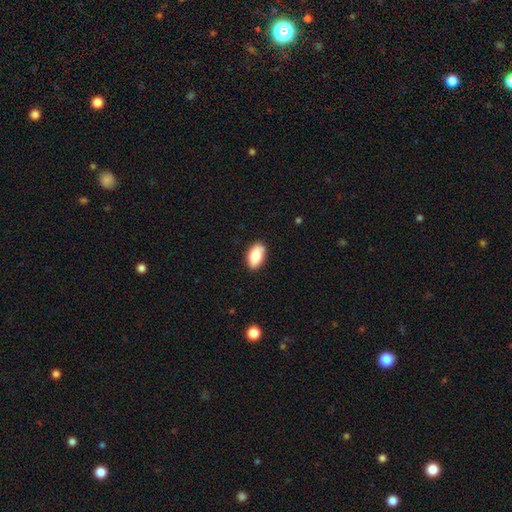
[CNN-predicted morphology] Q: Smooth or featured?
A: smooth (82%); runner-up: featured or disk (11%)
Q: How rounded?
A: in between (92%); runner-up: round (5%)
Q: Merging?
A: none (84%); runner-up: minor disturbance (13%)